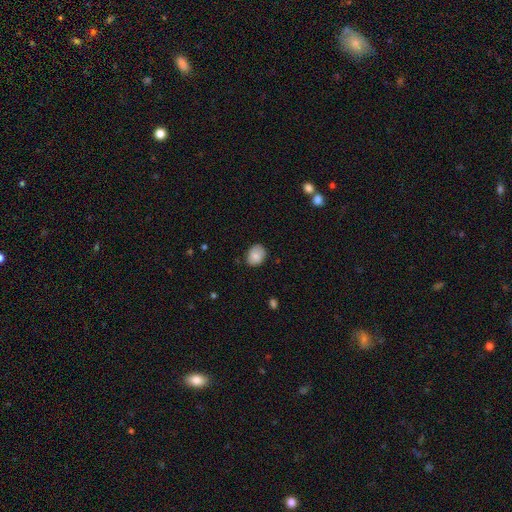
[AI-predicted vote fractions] This is clearly a smooth galaxy (83%). How rounded: possibly in between (55%). Merging: likely none (78%).